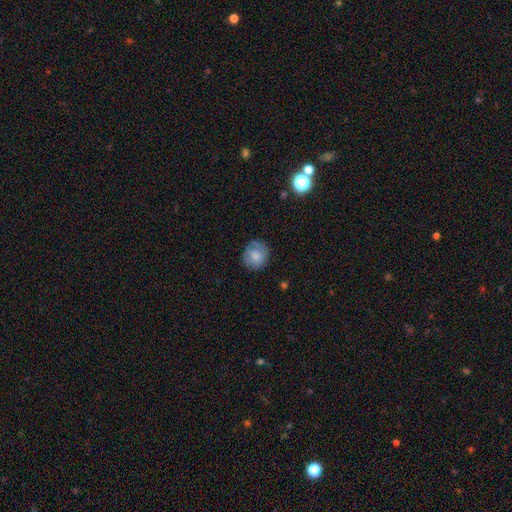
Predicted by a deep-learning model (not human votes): Smooth or featured?
  - smooth: 75% *
  - featured or disk: 17%
  - star or artifact: 8%
How rounded?
  - round: 83% *
  - in between: 16%
  - cigar-shaped: 1%
Merging?
  - none: 75% *
  - minor disturbance: 18%
  - major disturbance: 5%
  - merger: 1%